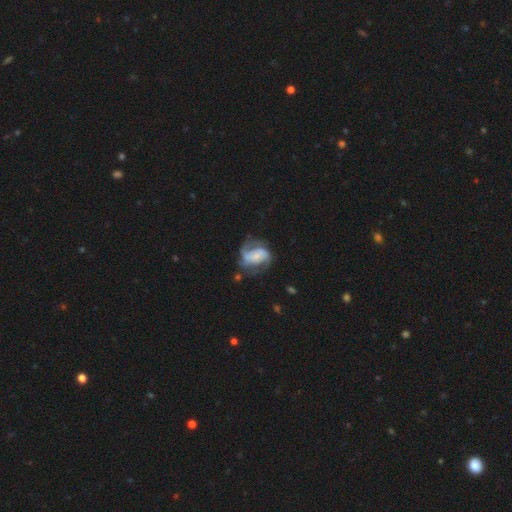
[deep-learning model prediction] Morphology: type=featured or disk (71%); edge-on=no (98%); bar=no (54%); spiral arms=yes (87%); winding=medium (44%); arm count=2 (54%); bulge=small (47%); merging=none (46%).